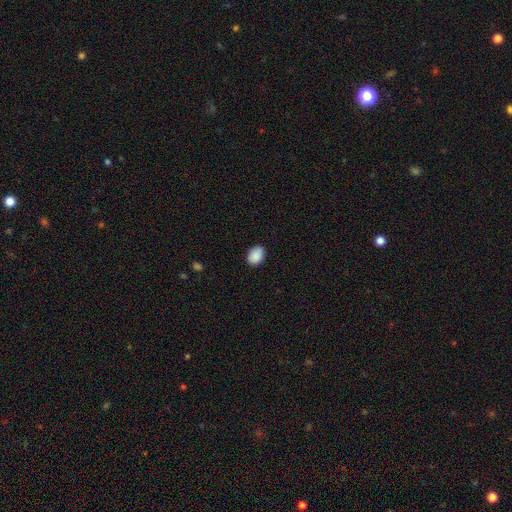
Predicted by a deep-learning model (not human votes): Smooth or featured: smooth — 90% (star or artifact — 7%)
How rounded: in between — 78% (round — 21%)
Merging: none — 87% (minor disturbance — 10%)